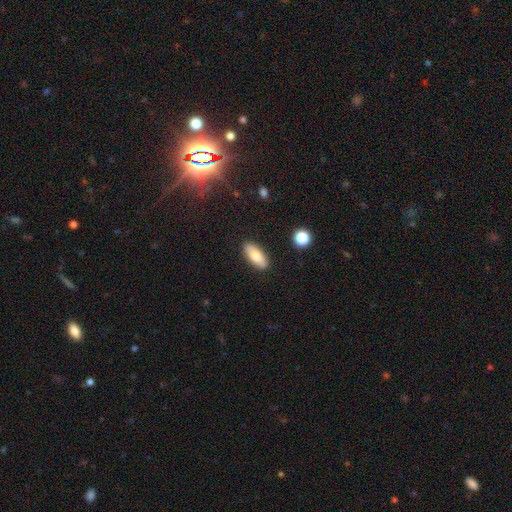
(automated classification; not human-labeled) This is likely a smooth galaxy (77%). How rounded: clearly in between (83%). Merging: clearly none (89%).